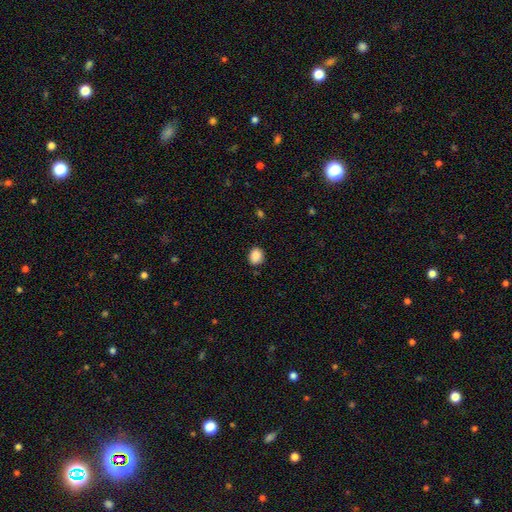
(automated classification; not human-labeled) Q: Smooth or featured?
A: smooth (88%); runner-up: star or artifact (9%)
Q: How rounded?
A: round (59%); runner-up: in between (40%)
Q: Merging?
A: none (81%); runner-up: minor disturbance (14%)